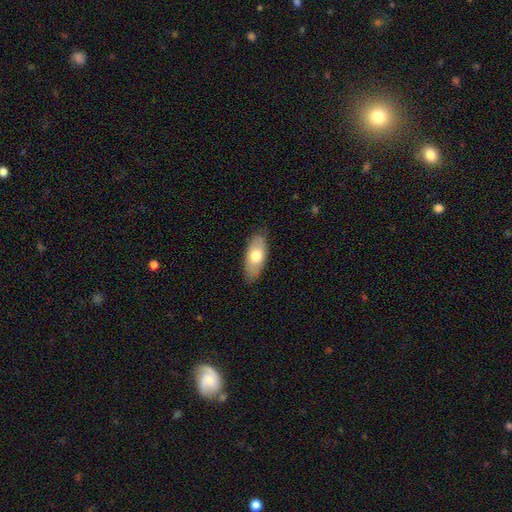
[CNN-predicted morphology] type=smooth (69%); roundness=in between (85%); merging=none (83%).